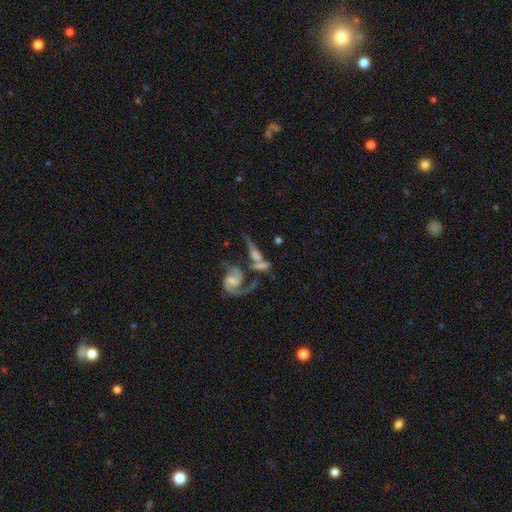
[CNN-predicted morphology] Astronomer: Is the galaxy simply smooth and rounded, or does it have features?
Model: featured or disk — 70%.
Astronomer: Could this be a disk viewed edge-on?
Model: no — 80%.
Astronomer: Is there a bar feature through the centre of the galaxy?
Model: no — 52% (runner-up: weak, 33%).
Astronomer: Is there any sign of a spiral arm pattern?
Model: yes — 78%.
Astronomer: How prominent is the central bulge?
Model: small — 34% (runner-up: moderate, 32%).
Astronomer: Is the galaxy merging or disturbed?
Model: merger — 53%.